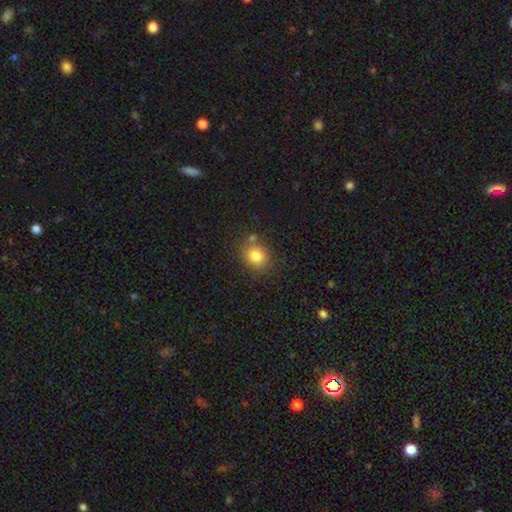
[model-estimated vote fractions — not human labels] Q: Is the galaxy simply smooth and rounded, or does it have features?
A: smooth — 82%.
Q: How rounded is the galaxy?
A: round — 64%.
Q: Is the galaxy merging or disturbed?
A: none — 73%.